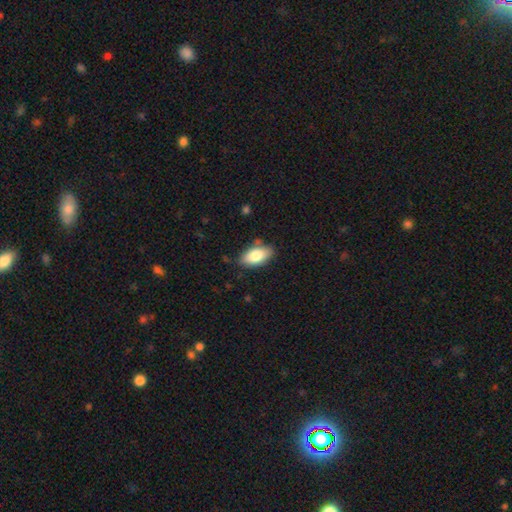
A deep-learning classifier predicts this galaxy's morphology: type=smooth (80%); roundness=in between (91%); merging=none (81%).